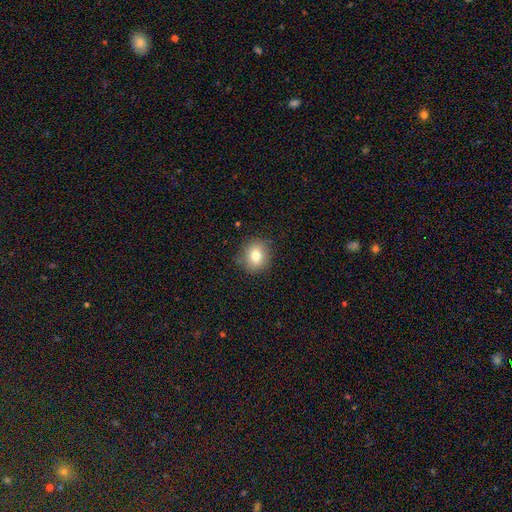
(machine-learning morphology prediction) Smooth or featured? Predicted: smooth (p=0.78). How rounded? Predicted: round (p=0.76). Merging? Predicted: none (p=0.86).